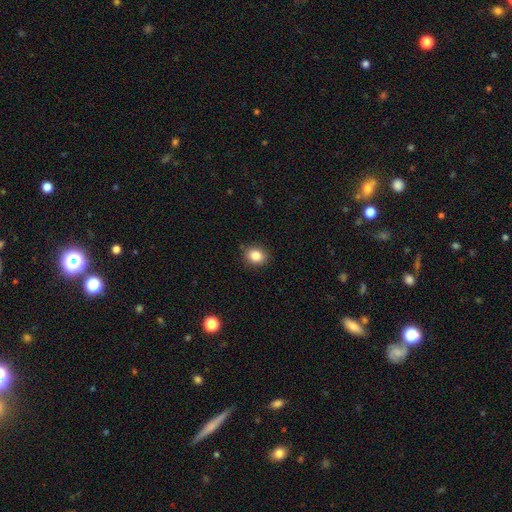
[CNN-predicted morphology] This appears to be a smooth galaxy with no disk features (85%) that is round (59%). Merging: none (86%).